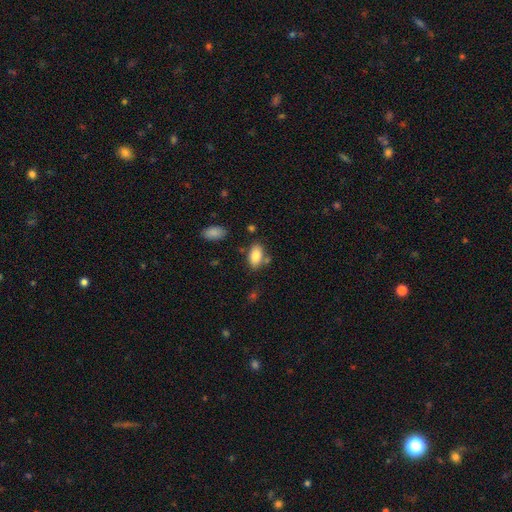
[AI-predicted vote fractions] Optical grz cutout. It shows a smooth galaxy with no disk features (84%) that is in between round and cigar-shaped (93%). Merging: none (73%).